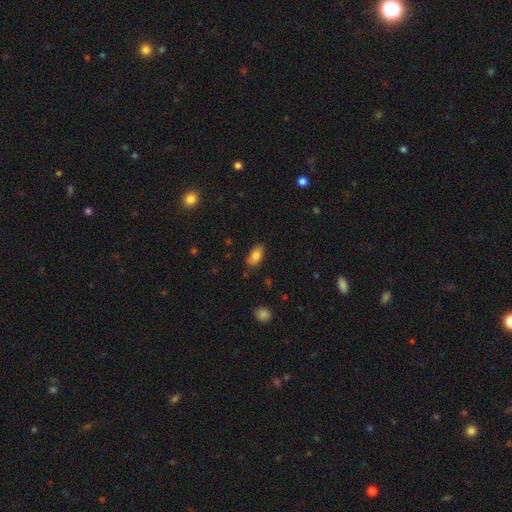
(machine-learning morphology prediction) A smooth galaxy with no disk features (82%) that is in between round and cigar-shaped (92%). Merging: none (79%).